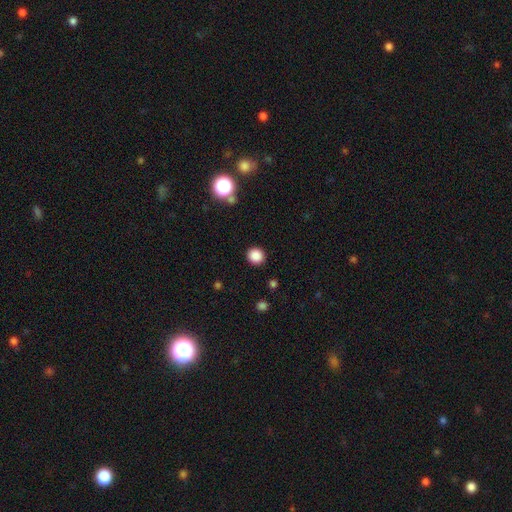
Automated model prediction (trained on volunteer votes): Smooth or featured? Predicted: smooth (p=0.87). How rounded? Predicted: round (p=0.90). Merging? Predicted: none (p=0.91).